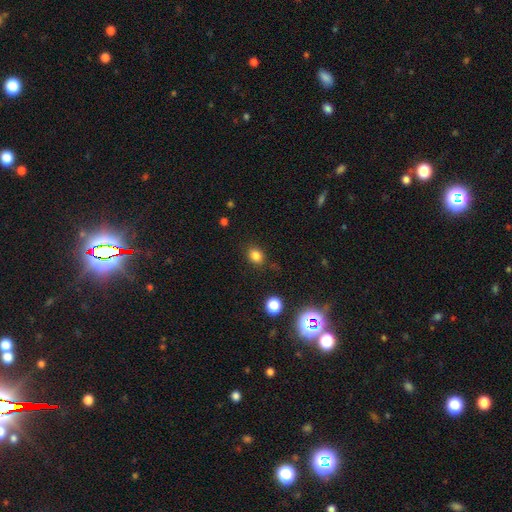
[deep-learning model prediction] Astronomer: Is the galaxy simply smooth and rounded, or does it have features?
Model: smooth — 81%.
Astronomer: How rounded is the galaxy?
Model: round — 54% (runner-up: in between, 45%).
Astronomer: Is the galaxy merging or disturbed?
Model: none — 82%.